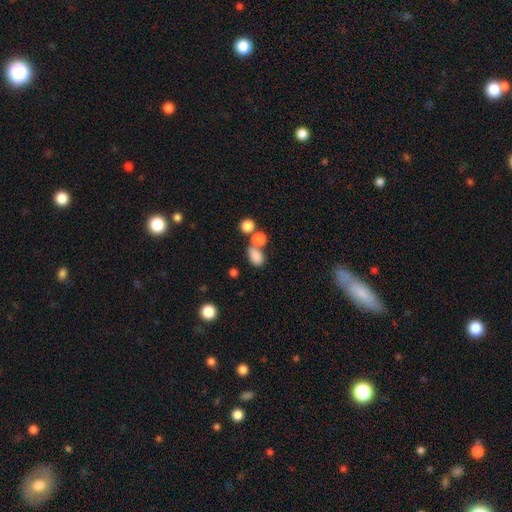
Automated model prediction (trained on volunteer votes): Morphology: type=smooth (82%); roundness=in between (79%); merging=none (47%).